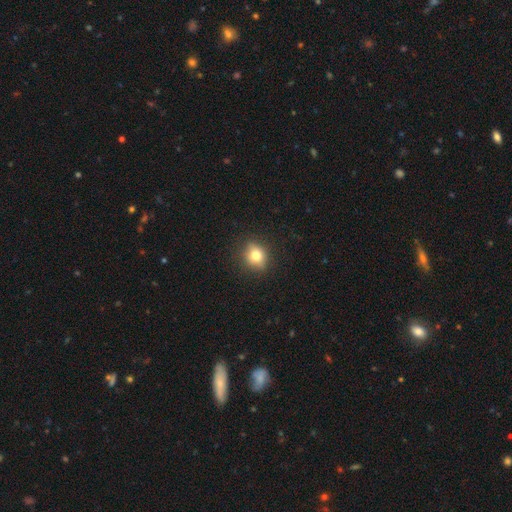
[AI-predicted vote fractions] Smooth or featured? smooth (76%)
How rounded? round (69%)
Merging? none (85%)